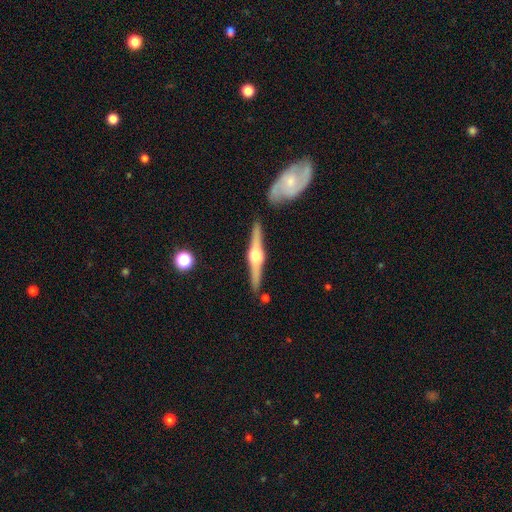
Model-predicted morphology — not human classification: Smooth or featured? Predicted: featured or disk (p=0.83). Edge-on disk? Predicted: yes (p=0.98). Edge-on bulge? Predicted: rounded (p=0.94). Merging? Predicted: none (p=0.88).